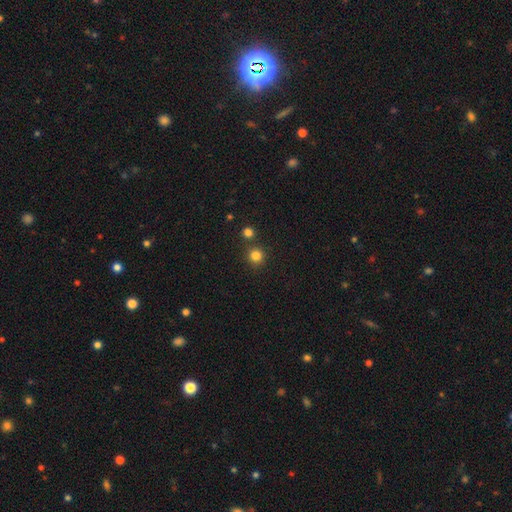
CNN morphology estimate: smooth 82%, star or artifact 14%, featured or disk 4%. Down the decision tree: how rounded — round (93%); merging — none (81%).